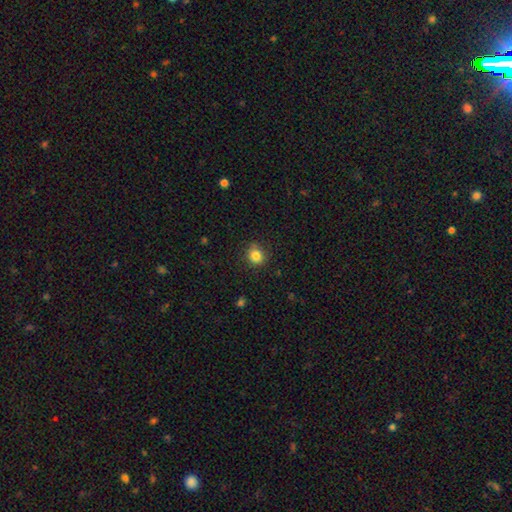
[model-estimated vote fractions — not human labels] The model was most divided on "how rounded": round: 81%, in between: 18%, cigar-shaped: 1%. More confident: merging — none (86%); smooth or featured — smooth (84%).